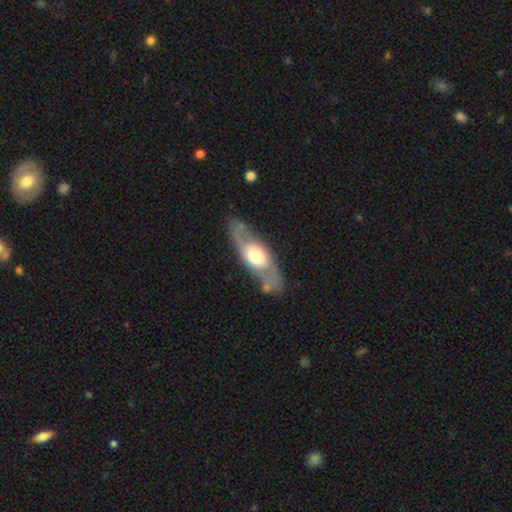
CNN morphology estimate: Smooth or featured? featured or disk (58%)
Edge-on disk? no (69%)
Merging? none (73%)